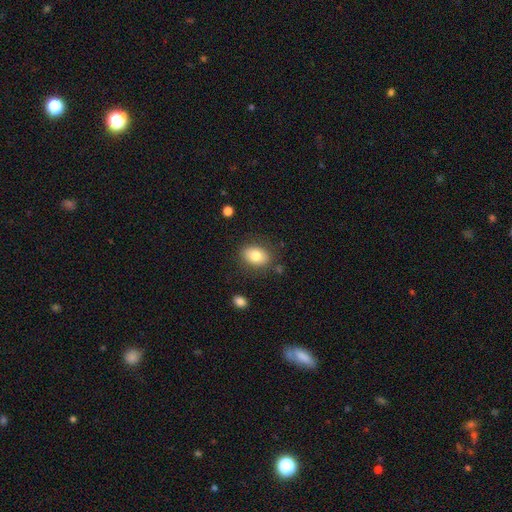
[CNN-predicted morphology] Smooth or featured? Predicted: smooth (p=0.81). How rounded? Predicted: in between (p=0.75). Merging? Predicted: none (p=0.82).